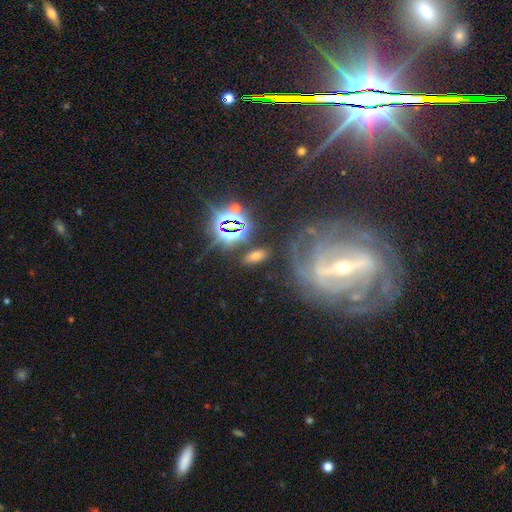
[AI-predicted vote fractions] smooth_or_featured: smooth (p=0.47) [alt: star or artifact p=0.31]
merging: none (p=0.76) [alt: minor disturbance p=0.12]